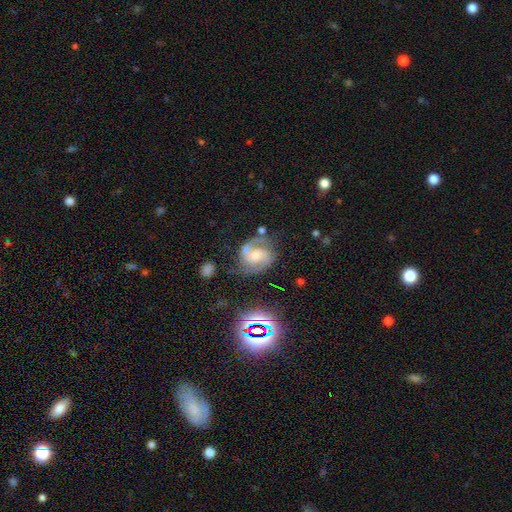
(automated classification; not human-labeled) Smooth or featured? Predicted: featured or disk (p=0.80). Edge-on disk? Predicted: no (p=0.98). Bar? Predicted: no (p=0.42, tied with weak). Spiral arms? Predicted: yes (p=0.97). Spiral winding? Predicted: medium (p=0.55). Spiral arm count? Predicted: 2 (p=0.90). Bulge size? Predicted: moderate (p=0.45). Merging? Predicted: none (p=0.71).